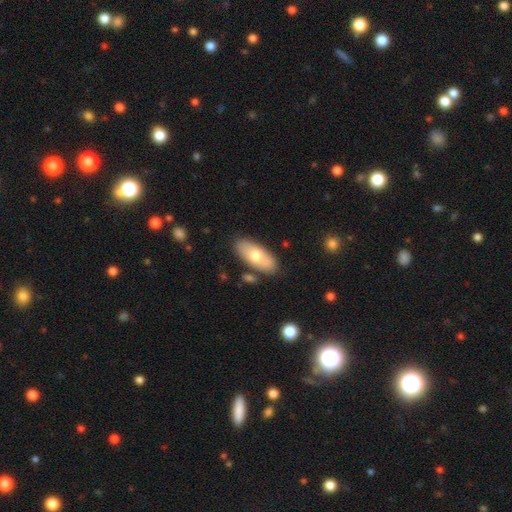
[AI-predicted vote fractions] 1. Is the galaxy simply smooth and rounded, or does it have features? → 68% smooth, 26% featured or disk, 6% star or artifact.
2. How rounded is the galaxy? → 87% in between, 11% cigar-shaped, 3% round.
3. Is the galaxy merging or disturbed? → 81% none, 12% minor disturbance, 5% merger, 3% major disturbance.